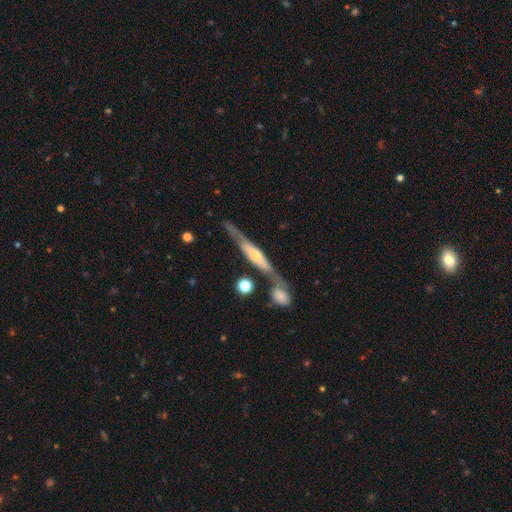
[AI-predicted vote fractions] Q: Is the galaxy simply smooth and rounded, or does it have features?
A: featured or disk — 67%.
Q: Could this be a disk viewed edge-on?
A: yes — 89%.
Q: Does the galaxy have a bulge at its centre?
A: rounded — 67%.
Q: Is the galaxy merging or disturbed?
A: none — 53%.